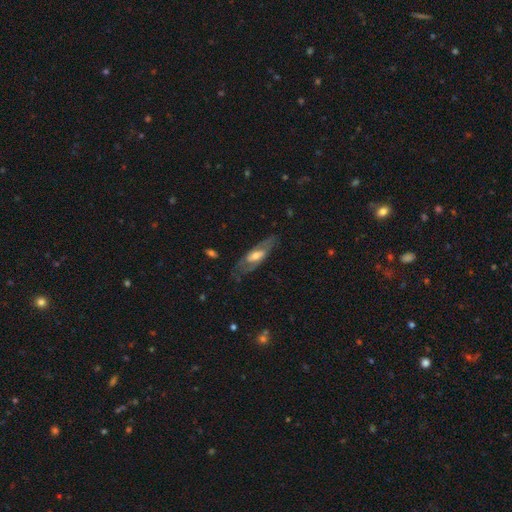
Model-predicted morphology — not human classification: featured or disk 64%, smooth 30%, star or artifact 6%. Down the decision tree: edge-on disk — no (72%); merging — none (72%).